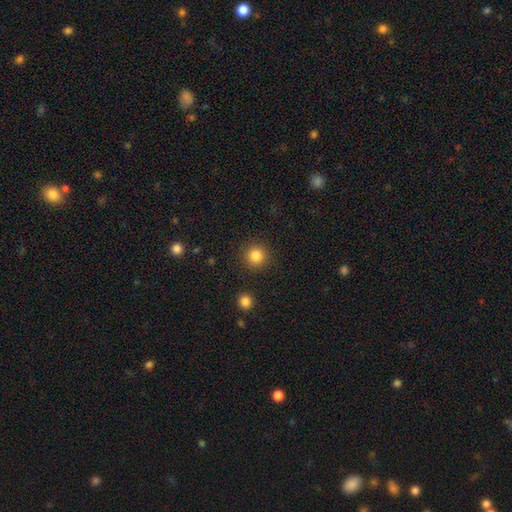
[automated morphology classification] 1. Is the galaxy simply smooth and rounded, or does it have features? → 84% smooth, 12% star or artifact, 5% featured or disk.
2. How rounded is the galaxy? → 95% round, 4% in between, 1% cigar-shaped.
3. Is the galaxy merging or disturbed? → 91% none, 6% minor disturbance, 2% major disturbance, 2% merger.